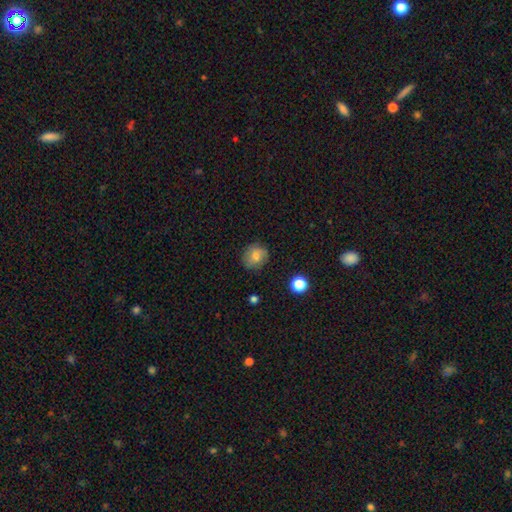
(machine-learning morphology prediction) Overall: smooth (77%). How rounded: round (77%). Merging: none (78%).